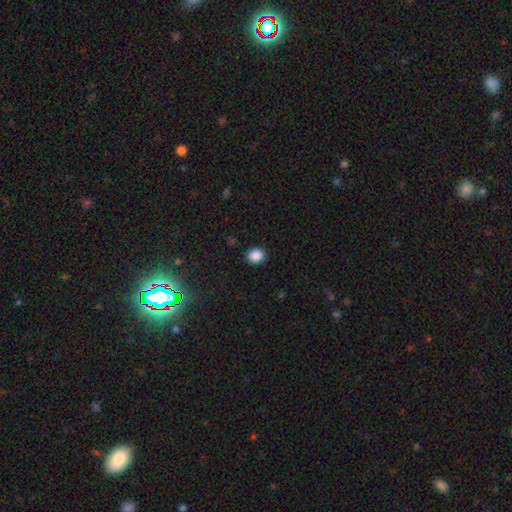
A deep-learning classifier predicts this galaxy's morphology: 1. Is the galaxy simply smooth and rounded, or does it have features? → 88% smooth, 10% star or artifact, 3% featured or disk.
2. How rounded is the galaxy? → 67% round, 32% in between, 1% cigar-shaped.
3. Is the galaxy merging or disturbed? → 90% none, 7% minor disturbance, 2% major disturbance, 1% merger.